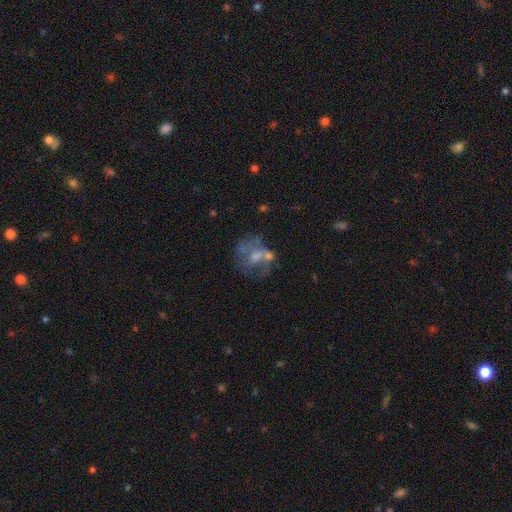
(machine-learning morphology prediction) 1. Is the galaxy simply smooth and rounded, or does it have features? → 57% featured or disk, 29% smooth, 14% star or artifact.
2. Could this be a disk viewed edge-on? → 97% no, 3% yes.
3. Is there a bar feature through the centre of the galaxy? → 75% no, 20% weak, 5% strong.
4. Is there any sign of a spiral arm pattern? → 74% no, 26% yes.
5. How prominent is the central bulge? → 46% moderate, 26% small, 20% none, 6% large, 2% dominant.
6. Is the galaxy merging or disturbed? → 38% none, 26% merger, 20% major disturbance, 16% minor disturbance.